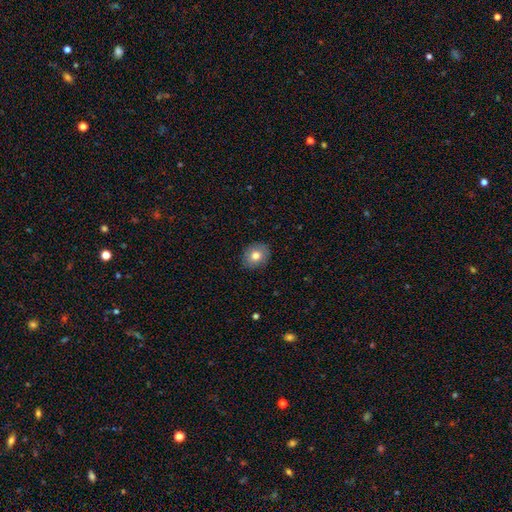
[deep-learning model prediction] smooth-or-featured: smooth: 78% | featured or disk: 13% | star or artifact: 9%
  how-rounded: round: 59% | in between: 40% | cigar-shaped: 1%
  merging: none: 88% | minor disturbance: 9% | major disturbance: 2% | merger: 1%